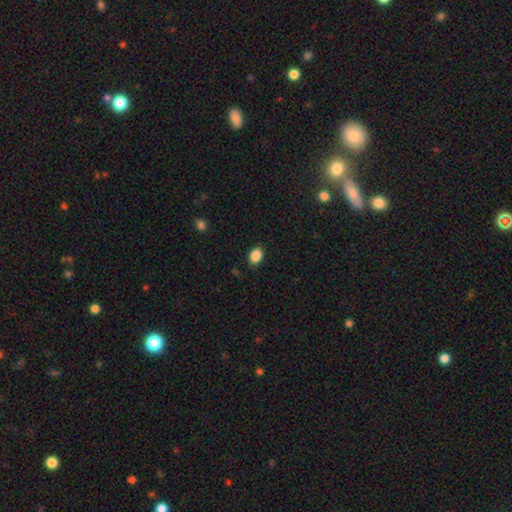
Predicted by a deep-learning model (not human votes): The model was most divided on "how rounded": in between: 64%, round: 35%, cigar-shaped: 1%. More confident: smooth or featured — smooth (88%); merging — none (87%).